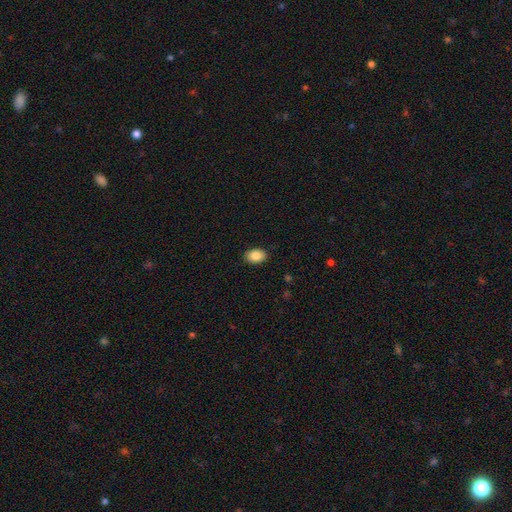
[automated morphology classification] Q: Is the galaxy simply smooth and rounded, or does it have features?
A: smooth — 87%.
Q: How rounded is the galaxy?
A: in between — 85%.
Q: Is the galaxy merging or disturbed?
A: none — 89%.